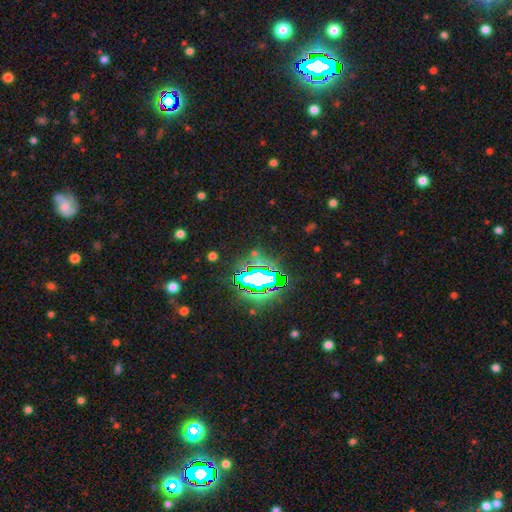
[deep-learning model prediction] A star or artifact, not a galaxy (75%).

Vote fractions:
- Smooth or featured? star or artifact: 75% / smooth: 14% / featured or disk: 11%